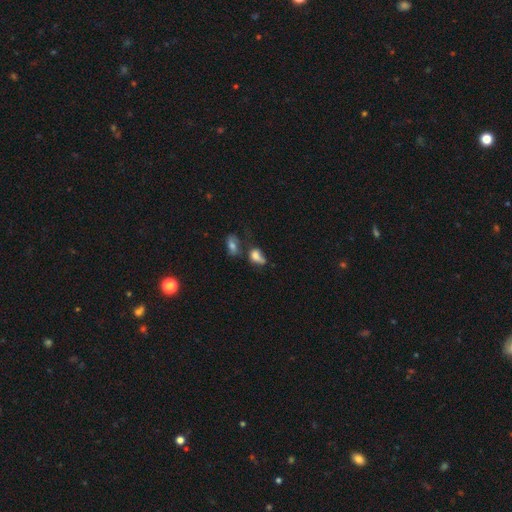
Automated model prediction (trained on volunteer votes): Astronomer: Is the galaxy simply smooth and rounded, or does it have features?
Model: smooth — 71%.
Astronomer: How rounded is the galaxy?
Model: in between — 73%.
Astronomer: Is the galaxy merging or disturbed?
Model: merger — 34% (runner-up: none, 27%).